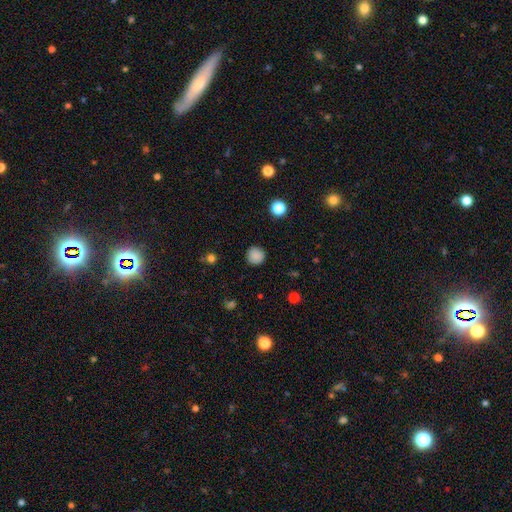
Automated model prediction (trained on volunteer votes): smooth_or_featured: smooth (p=0.87) [alt: star or artifact p=0.10]
how_rounded: round (p=0.94) [alt: in between p=0.05]
merging: none (p=0.90) [alt: minor disturbance p=0.07]